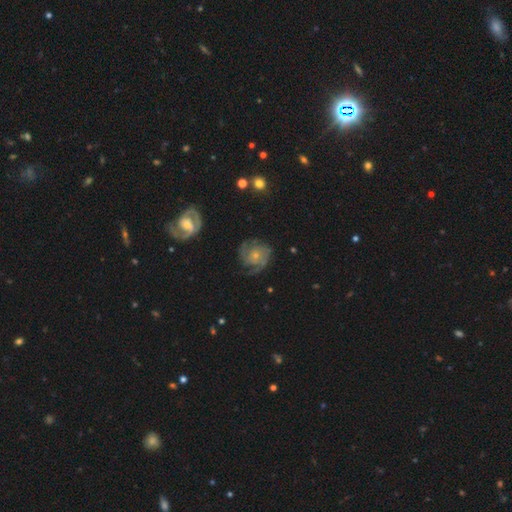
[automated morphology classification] This appears to be a featured or disk galaxy (77%) with no bar (77%), 2 (44%) tight (47%) spiral arms (93%) and a small central bulge (72%). Merging: none (68%).